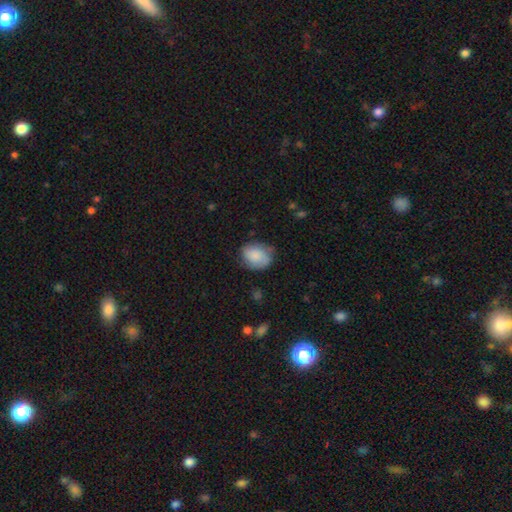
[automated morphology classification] A smooth galaxy with no disk features (70%) that is in between round and cigar-shaped (51%).

Vote fractions:
- Smooth or featured? smooth: 70% / featured or disk: 22% / star or artifact: 8%
- How rounded? in between: 51% / round: 48% / cigar-shaped: 1%
- Merging? none: 67% / minor disturbance: 24% / major disturbance: 7% / merger: 2%